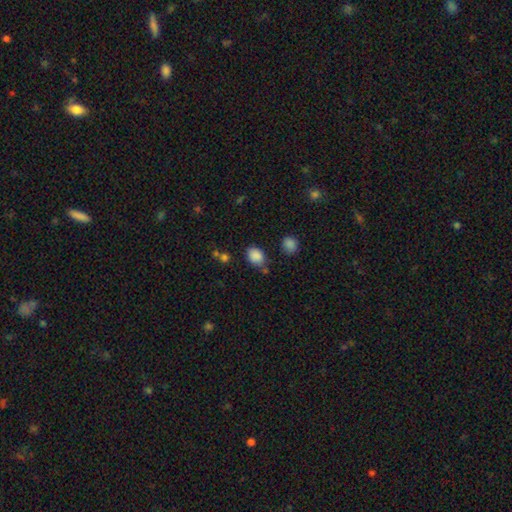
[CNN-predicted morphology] smooth_or_featured: smooth (p=0.86) [alt: star or artifact p=0.10]
how_rounded: in between (p=0.65) [alt: round p=0.34]
merging: none (p=0.68) [alt: minor disturbance p=0.20]